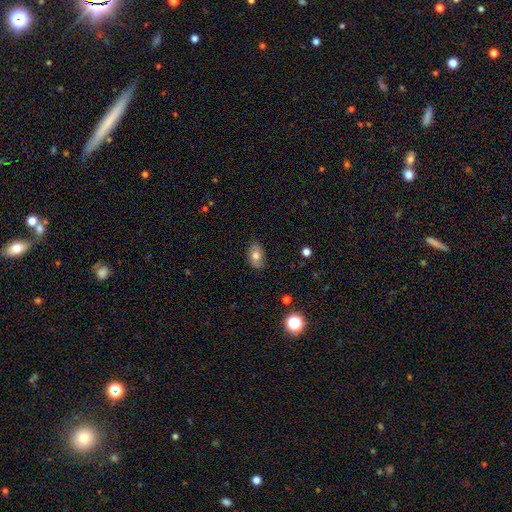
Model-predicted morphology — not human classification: A smooth galaxy with no disk features (68%) that is in between round and cigar-shaped (86%).

Vote fractions:
- Smooth or featured? smooth: 68% / featured or disk: 23% / star or artifact: 10%
- How rounded? in between: 86% / round: 12% / cigar-shaped: 2%
- Merging? none: 78% / minor disturbance: 17% / major disturbance: 3% / merger: 1%